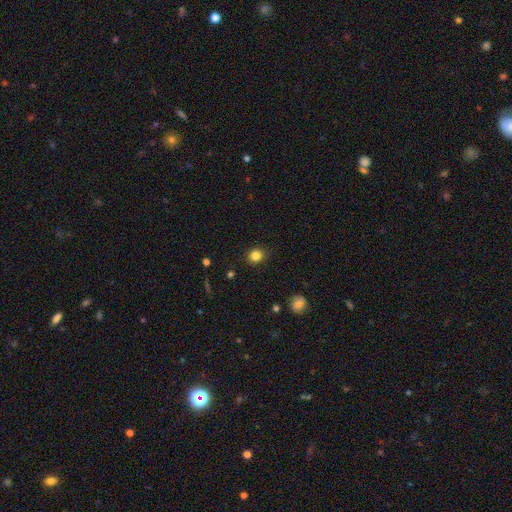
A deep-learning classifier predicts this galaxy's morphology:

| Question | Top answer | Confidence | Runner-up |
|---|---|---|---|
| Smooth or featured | smooth | 83% | star or artifact (12%) |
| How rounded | round | 78% | in between (21%) |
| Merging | none | 87% | minor disturbance (9%) |